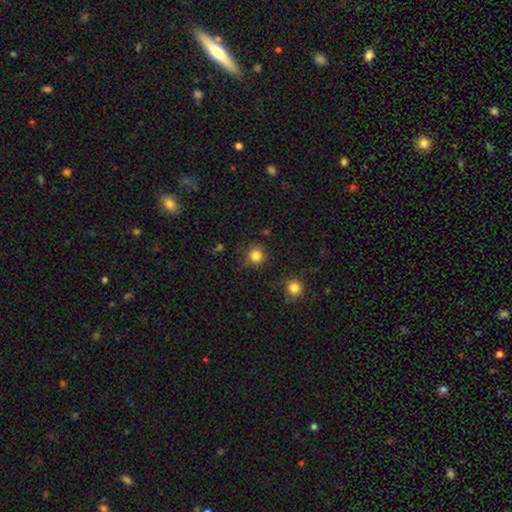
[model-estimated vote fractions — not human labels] Morphology: type=smooth (84%); roundness=round (94%); merging=none (84%).